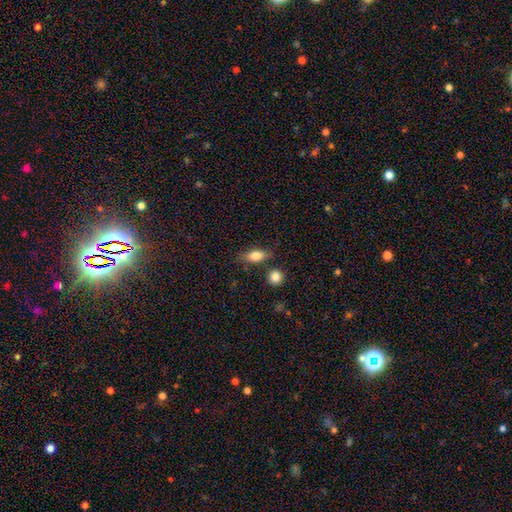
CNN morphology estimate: A smooth galaxy with no disk features (79%) that is in between round and cigar-shaped (79%).

Vote fractions:
- Smooth or featured? smooth: 79% / featured or disk: 14% / star or artifact: 8%
- How rounded? in between: 79% / cigar-shaped: 14% / round: 7%
- Merging? none: 73% / minor disturbance: 16% / merger: 7% / major disturbance: 4%